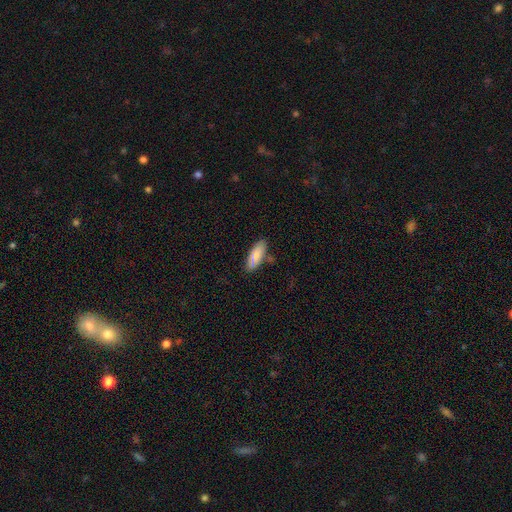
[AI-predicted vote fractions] smooth-or-featured: smooth: 84% | featured or disk: 10% | star or artifact: 6%
  how-rounded: in between: 64% | cigar-shaped: 34% | round: 2%
  merging: none: 76% | minor disturbance: 15% | merger: 5% | major disturbance: 3%